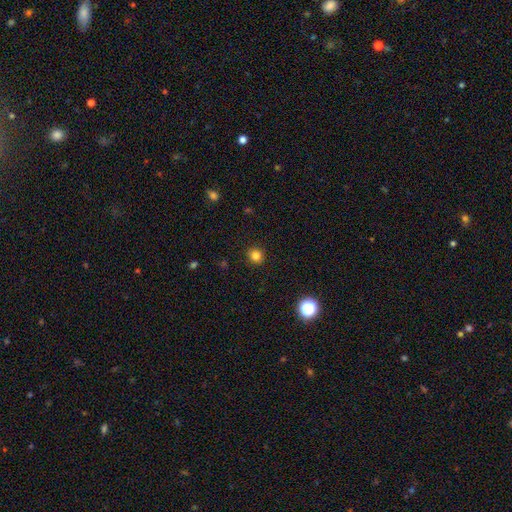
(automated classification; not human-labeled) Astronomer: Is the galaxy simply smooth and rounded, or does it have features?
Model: smooth — 82%.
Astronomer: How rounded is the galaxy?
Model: round — 91%.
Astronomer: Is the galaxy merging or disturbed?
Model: none — 91%.